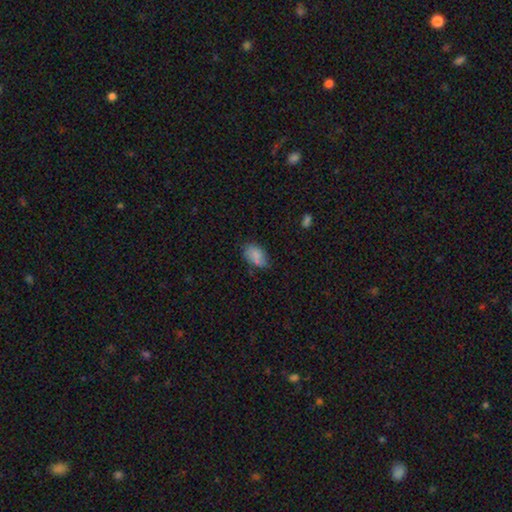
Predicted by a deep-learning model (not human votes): This appears to be a smooth galaxy with no disk features (82%) that is in between round and cigar-shaped (89%). Merging: none (67%).